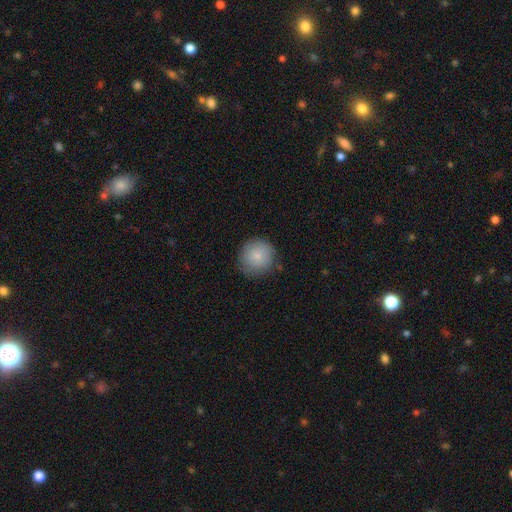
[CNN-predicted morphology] smooth 84%, featured or disk 9%, star or artifact 7%. Down the decision tree: how rounded — round (93%); merging — none (80%).